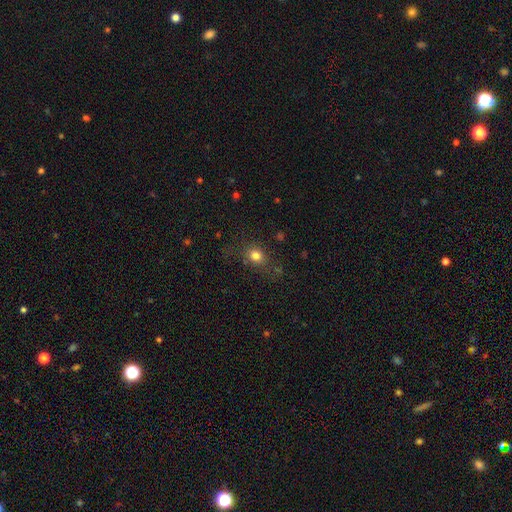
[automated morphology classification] Smooth or featured: smooth — 78% (star or artifact — 14%)
How rounded: round — 59% (in between — 39%)
Merging: none — 73% (minor disturbance — 16%)